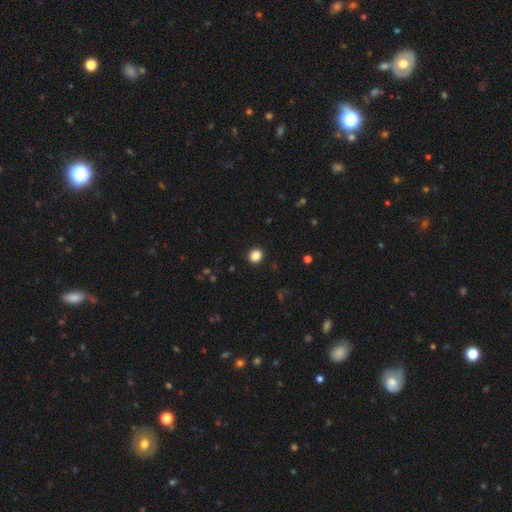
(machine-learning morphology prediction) The model was most divided on "smooth or featured": smooth: 86%, star or artifact: 11%, featured or disk: 3%. More confident: merging — none (93%); how rounded — round (87%).